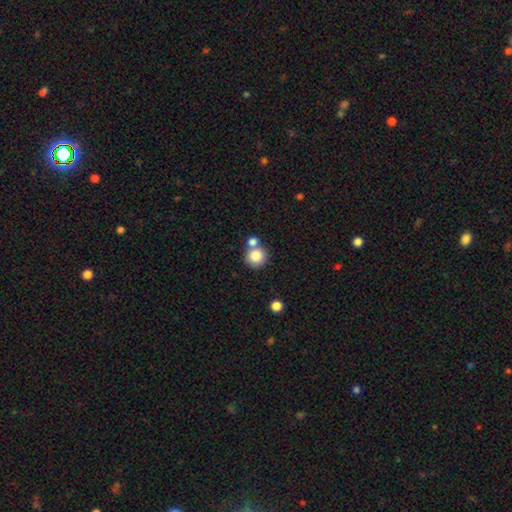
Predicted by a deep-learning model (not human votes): A smooth galaxy with no disk features (84%) that is round (91%).

Vote fractions:
- Smooth or featured? smooth: 84% / star or artifact: 9% / featured or disk: 7%
- How rounded? round: 91% / in between: 8% / cigar-shaped: 1%
- Merging? none: 57% / merger: 32% / minor disturbance: 8% / major disturbance: 3%